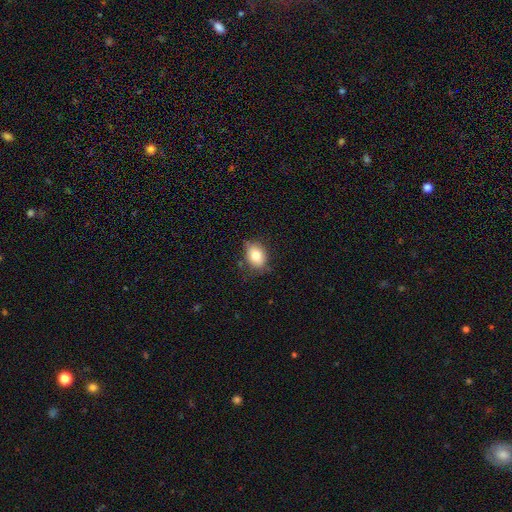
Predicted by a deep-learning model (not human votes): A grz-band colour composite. It shows a smooth galaxy with no disk features (81%) that is in between round and cigar-shaped (66%). Merging: none (74%).